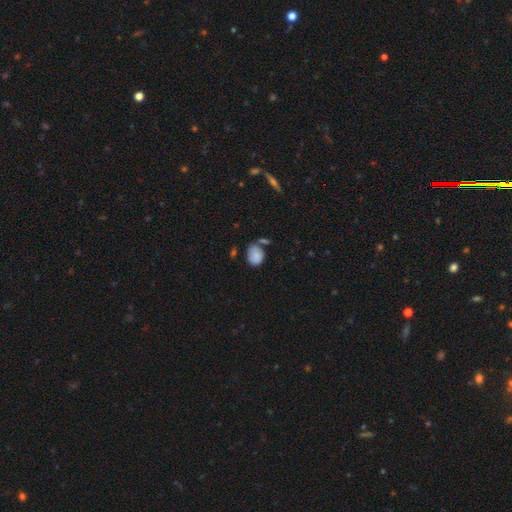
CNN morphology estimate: Smooth or featured: smooth — 83% (featured or disk — 9%)
How rounded: in between — 61% (round — 38%)
Merging: none — 45% (minor disturbance — 28%)